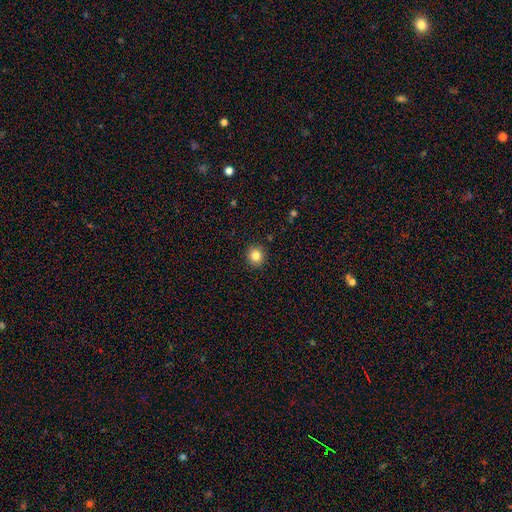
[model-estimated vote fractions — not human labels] smooth 83%, star or artifact 11%, featured or disk 7%. Down the decision tree: how rounded — round (91%); merging — none (91%).